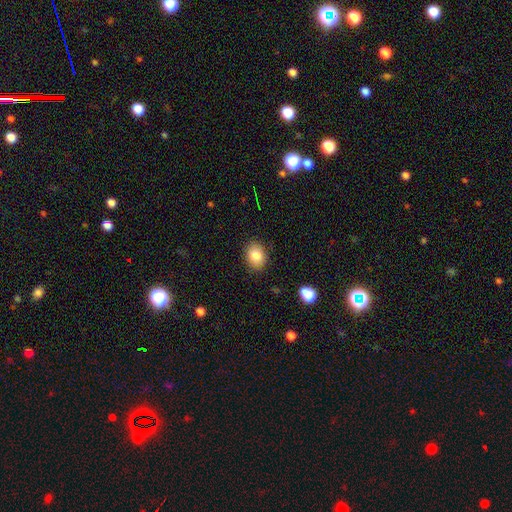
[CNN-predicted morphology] smooth 83%, star or artifact 9%, featured or disk 8%. Down the decision tree: how rounded — in between (59%); merging — none (86%).